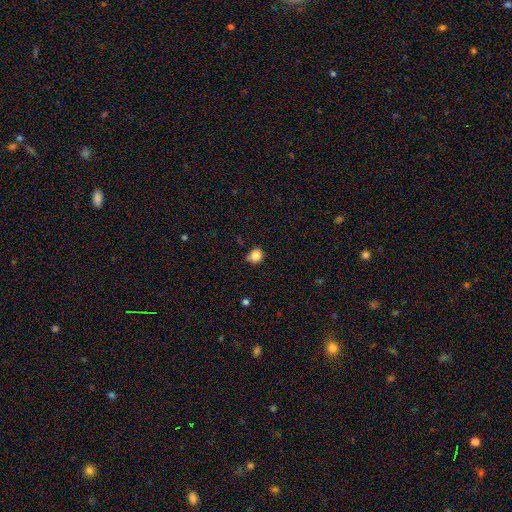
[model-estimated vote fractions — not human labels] Smooth or featured? Predicted: smooth (p=0.83). How rounded? Predicted: round (p=0.84). Merging? Predicted: none (p=0.74).